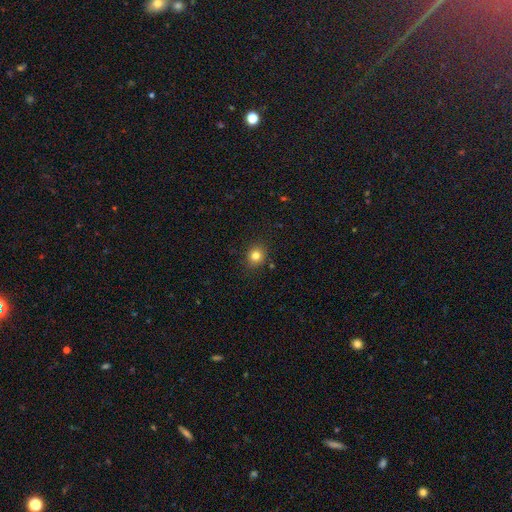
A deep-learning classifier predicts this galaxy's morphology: Smooth or featured?
  - smooth: 80% *
  - star or artifact: 13%
  - featured or disk: 7%
How rounded?
  - round: 83% *
  - in between: 17%
  - cigar-shaped: 1%
Merging?
  - none: 88% *
  - minor disturbance: 8%
  - major disturbance: 2%
  - merger: 2%